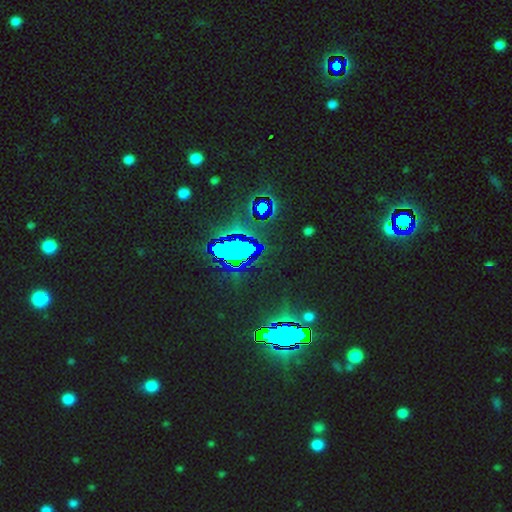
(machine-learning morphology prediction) This is clearly a star or artifact rather than a galaxy (84%).